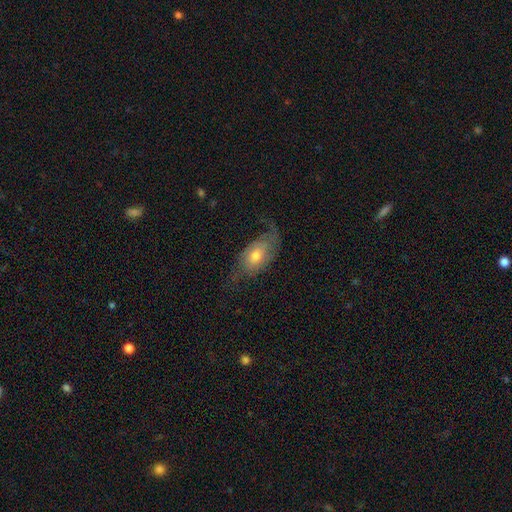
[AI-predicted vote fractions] Smooth or featured? Predicted: featured or disk (p=0.57). Edge-on disk? Predicted: no (p=0.89). Bar? Predicted: no (p=0.72). Spiral arms? Predicted: yes (p=0.79). Bulge size? Predicted: moderate (p=0.63). Merging? Predicted: none (p=0.49).